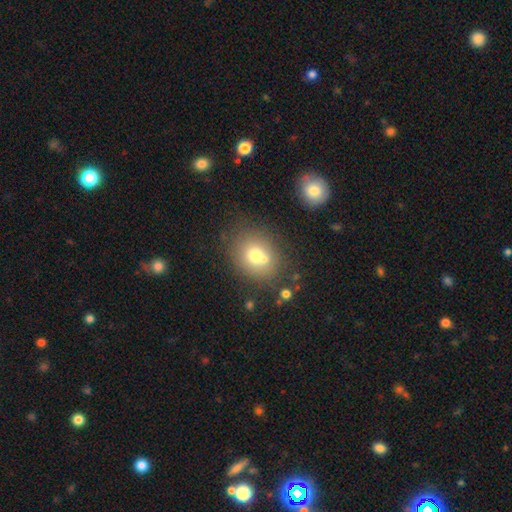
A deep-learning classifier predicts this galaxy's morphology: Smooth or featured? Predicted: smooth (p=0.68). How rounded? Predicted: round (p=0.68). Merging? Predicted: none (p=0.55).